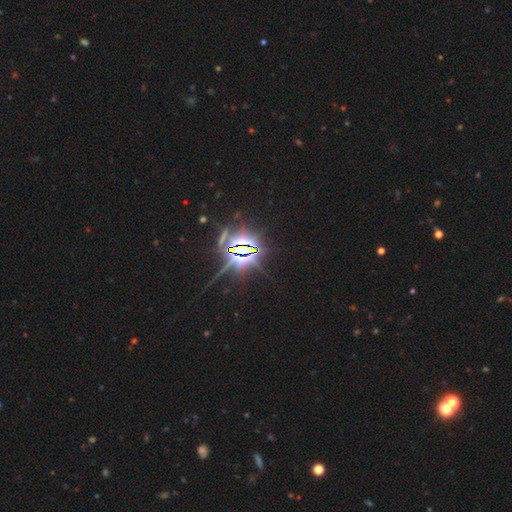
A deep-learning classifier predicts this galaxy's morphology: type=star or artifact (86%).